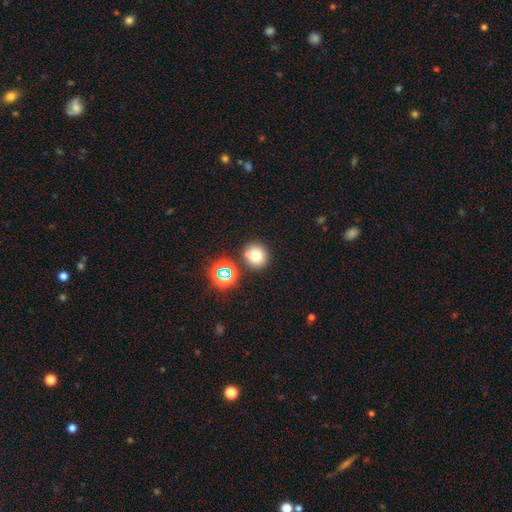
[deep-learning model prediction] smooth_or_featured: smooth (p=0.73) [alt: star or artifact p=0.18]
how_rounded: round (p=0.89) [alt: in between p=0.10]
merging: none (p=0.76) [alt: merger p=0.12]